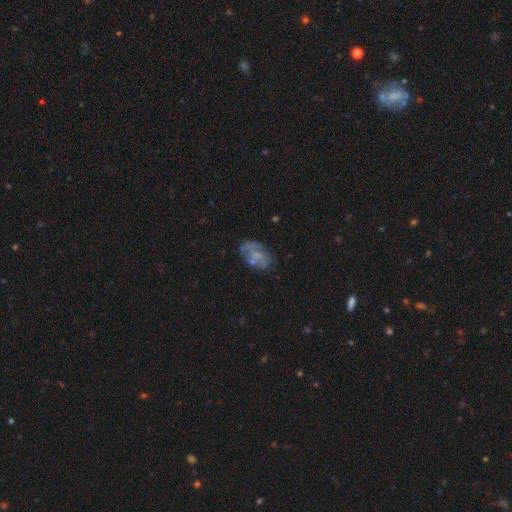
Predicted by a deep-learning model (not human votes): A featured or disk galaxy (48%). Merging: none (54%).